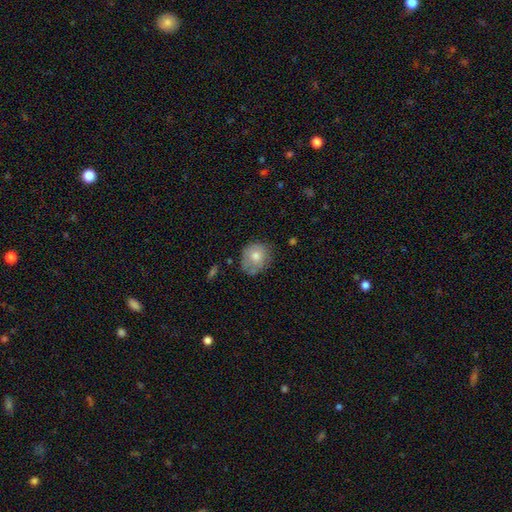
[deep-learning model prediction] This is likely a smooth galaxy (71%). How rounded: likely round (80%). Merging: likely none (66%).